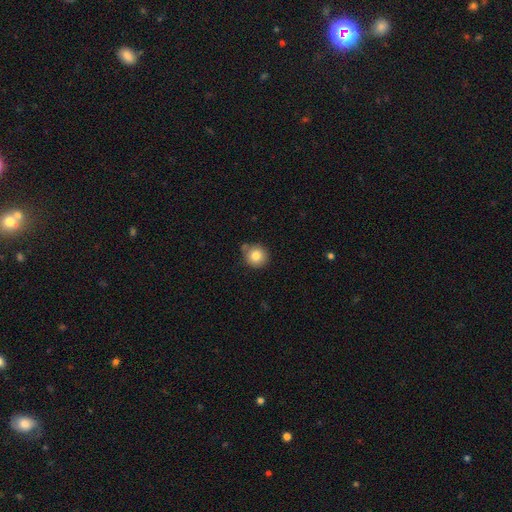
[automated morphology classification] smooth 82%, star or artifact 10%, featured or disk 8%. Down the decision tree: how rounded — round (91%); merging — none (74%).